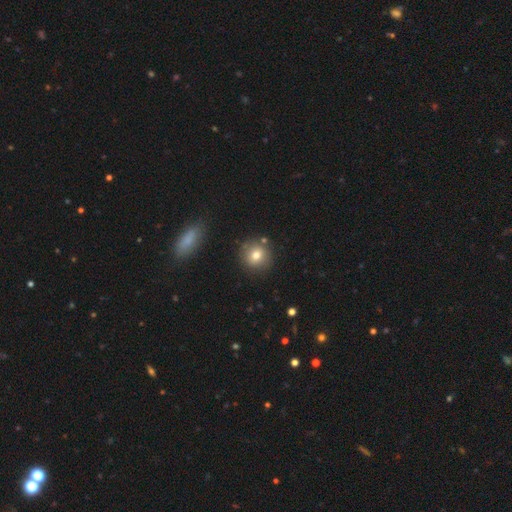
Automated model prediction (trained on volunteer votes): This is likely a smooth galaxy (77%). How rounded: clearly round (91%). Merging: clearly none (82%).